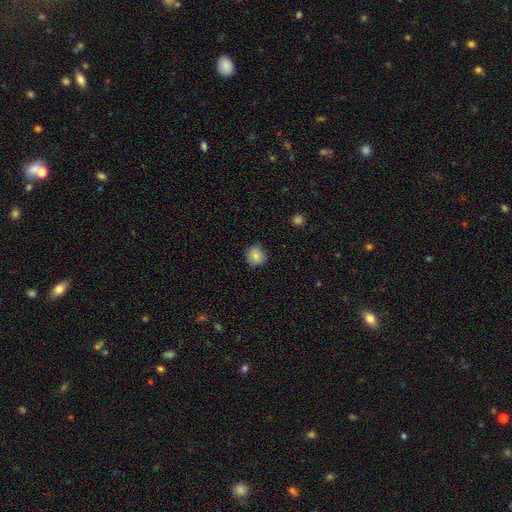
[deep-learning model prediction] Overall: smooth (83%). How rounded: round (91%). Merging: none (86%).